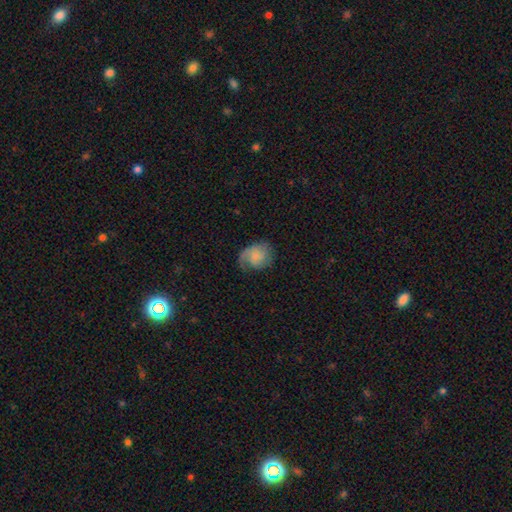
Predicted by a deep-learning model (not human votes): This is possibly a featured or disk galaxy (47%). Merging: possibly none (53%).